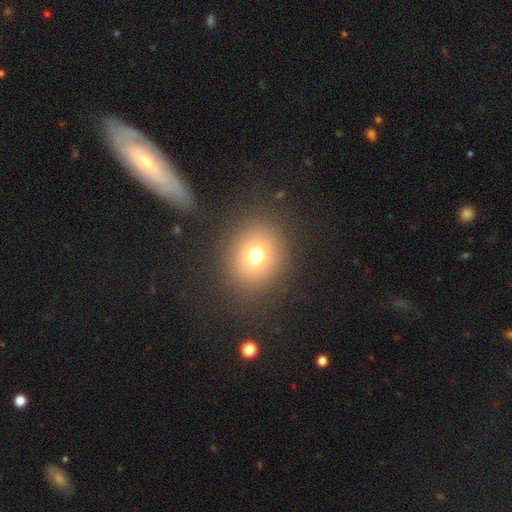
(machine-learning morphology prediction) Overall: smooth (74%). How rounded: round (78%). Merging: none (86%).